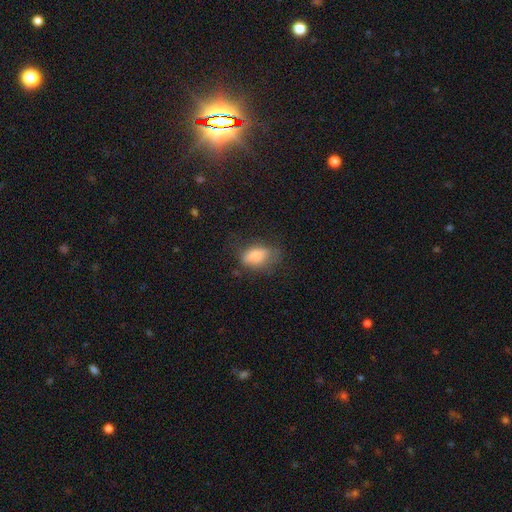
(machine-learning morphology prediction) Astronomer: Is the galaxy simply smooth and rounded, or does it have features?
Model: smooth — 77%.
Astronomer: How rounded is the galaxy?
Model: in between — 87%.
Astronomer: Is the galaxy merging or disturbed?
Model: none — 47% (runner-up: minor disturbance, 31%).